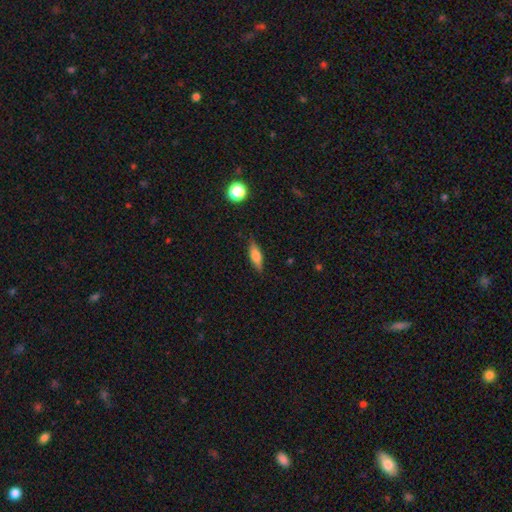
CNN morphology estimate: Smooth or featured? smooth (69%)
How rounded? in between (52%)
Merging? none (84%)